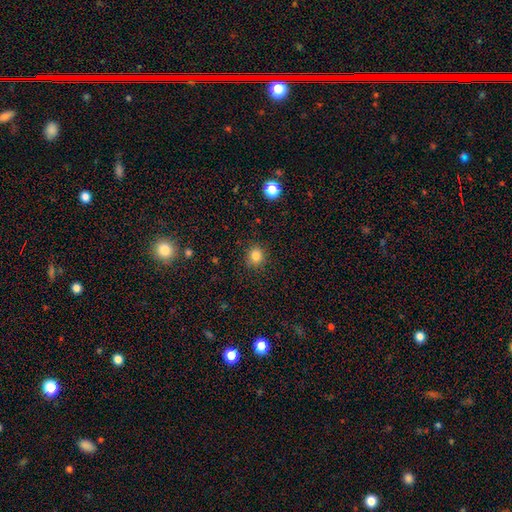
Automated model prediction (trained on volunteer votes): Morphology: type=smooth (83%); roundness=round (85%); merging=none (88%).